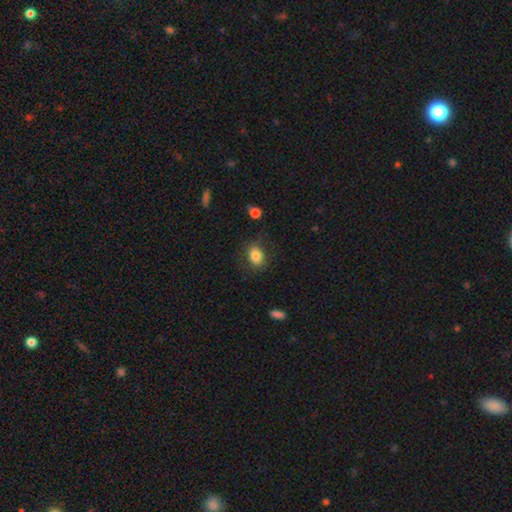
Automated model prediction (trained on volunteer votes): Smooth or featured?
  - smooth: 82% *
  - featured or disk: 9%
  - star or artifact: 9%
How rounded?
  - in between: 64% *
  - round: 35%
  - cigar-shaped: 1%
Merging?
  - none: 74% *
  - minor disturbance: 17%
  - major disturbance: 7%
  - merger: 2%